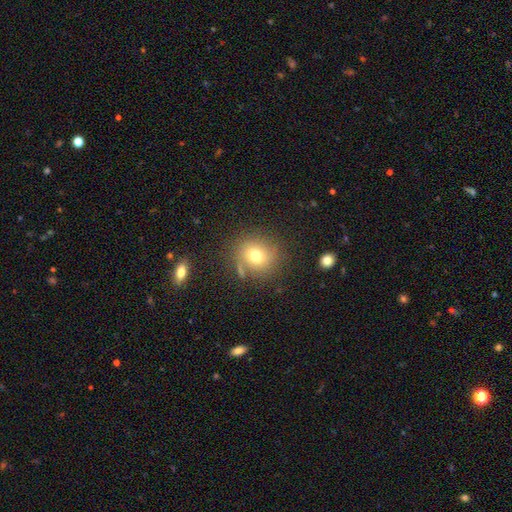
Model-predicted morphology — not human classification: This is likely a smooth galaxy (72%). How rounded: clearly round (85%). Merging: likely none (77%).